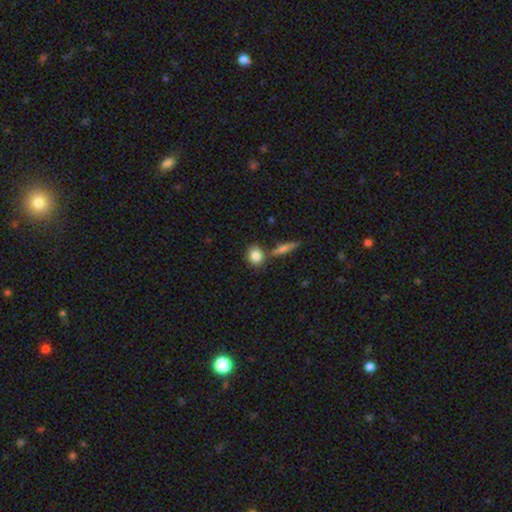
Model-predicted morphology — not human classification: A smooth galaxy with no disk features (82%) that is round (73%). Merging: none (69%).